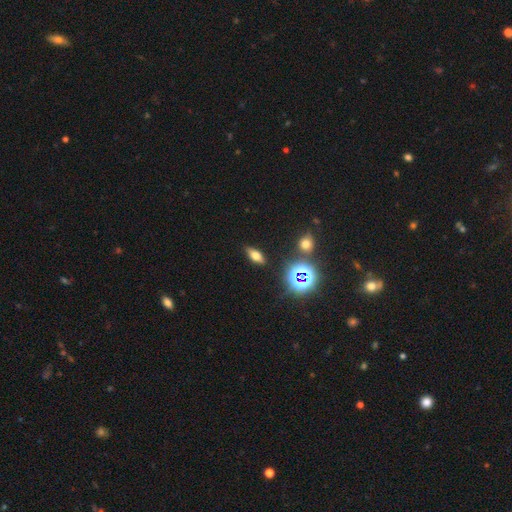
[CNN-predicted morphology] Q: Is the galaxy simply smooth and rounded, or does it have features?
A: smooth — 58%.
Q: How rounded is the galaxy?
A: in between — 69%.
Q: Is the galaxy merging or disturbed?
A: none — 86%.